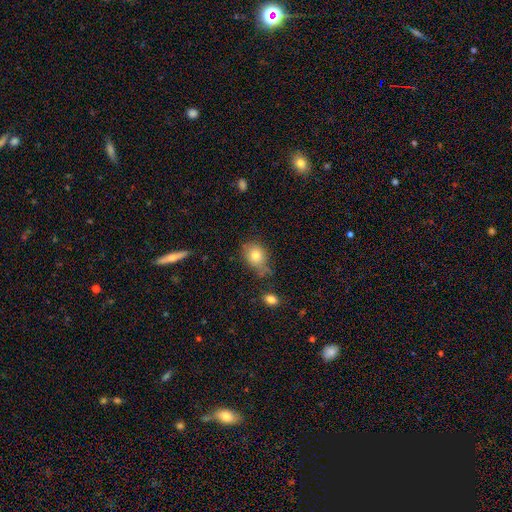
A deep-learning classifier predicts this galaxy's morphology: Overall: smooth (79%). How rounded: in between (60%; round 39%). Merging: none (59%; minor disturbance 27%).